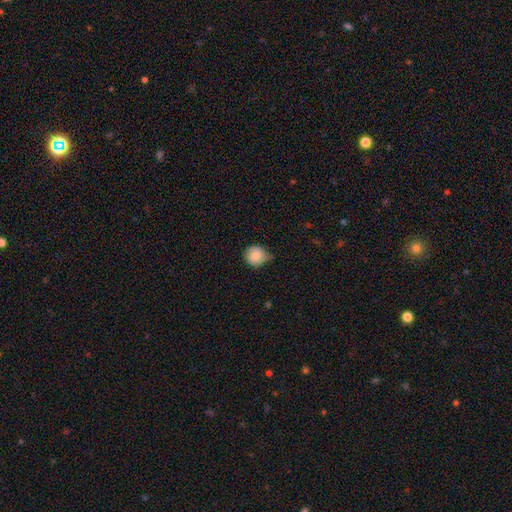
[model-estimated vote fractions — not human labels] Smooth or featured? Predicted: smooth (p=0.80). How rounded? Predicted: round (p=0.90). Merging? Predicted: none (p=0.55).